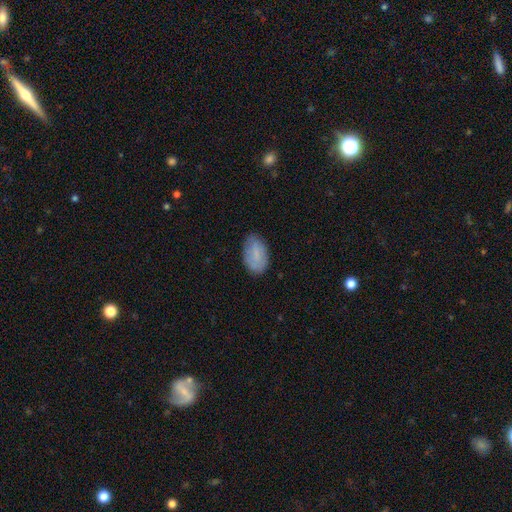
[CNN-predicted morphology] Smooth or featured?
  - smooth: 73% *
  - featured or disk: 20%
  - star or artifact: 7%
How rounded?
  - in between: 92% *
  - round: 7%
  - cigar-shaped: 2%
Merging?
  - none: 76% *
  - minor disturbance: 19%
  - major disturbance: 4%
  - merger: 1%